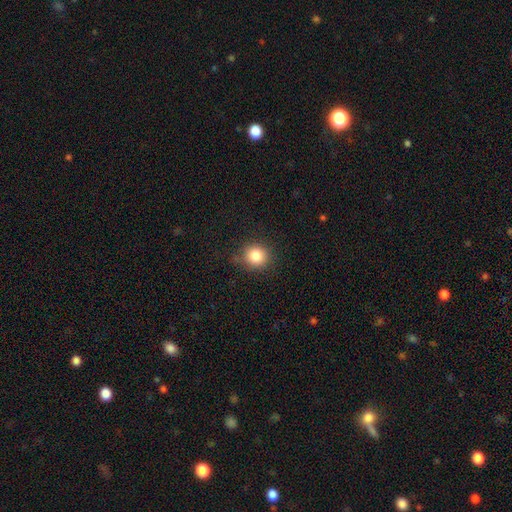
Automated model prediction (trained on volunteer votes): Smooth or featured?
  - smooth: 83% *
  - star or artifact: 11%
  - featured or disk: 6%
How rounded?
  - round: 87% *
  - in between: 12%
  - cigar-shaped: 1%
Merging?
  - none: 81% *
  - minor disturbance: 14%
  - major disturbance: 4%
  - merger: 1%